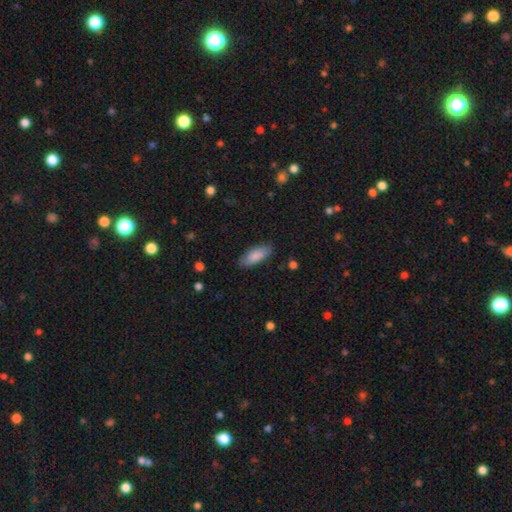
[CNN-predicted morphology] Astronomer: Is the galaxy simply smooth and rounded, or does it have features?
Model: smooth — 87%.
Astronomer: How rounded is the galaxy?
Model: in between — 76%.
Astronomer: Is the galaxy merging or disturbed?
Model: none — 84%.